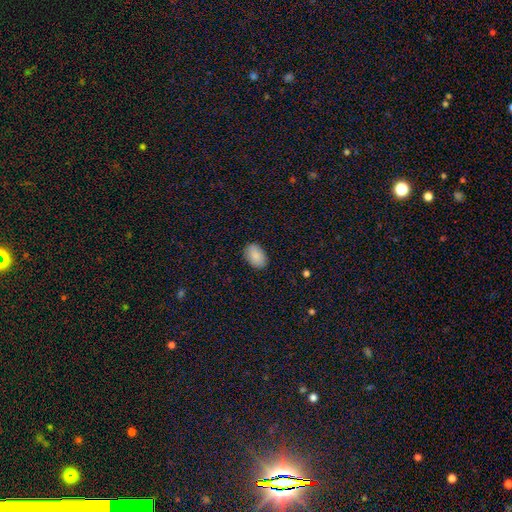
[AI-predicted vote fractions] The model was most divided on "merging": none: 88%, minor disturbance: 9%, major disturbance: 2%, merger: 1%. More confident: how rounded — in between (90%); smooth or featured — smooth (89%).